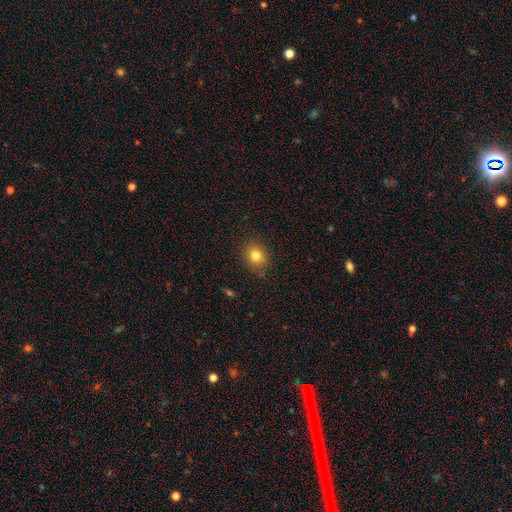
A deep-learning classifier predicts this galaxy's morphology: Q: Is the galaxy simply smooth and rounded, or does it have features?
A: smooth — 80%.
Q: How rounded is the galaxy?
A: round — 57%.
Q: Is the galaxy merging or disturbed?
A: none — 82%.